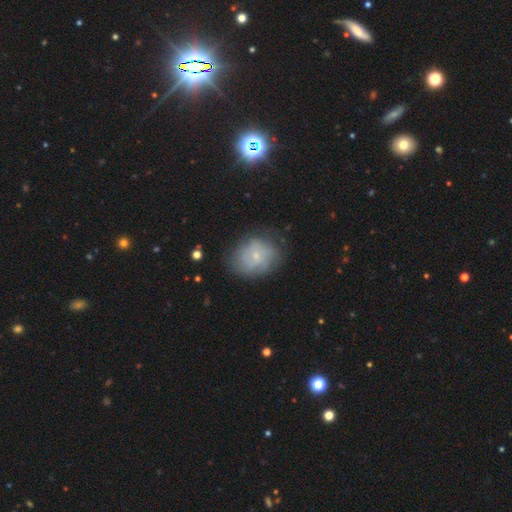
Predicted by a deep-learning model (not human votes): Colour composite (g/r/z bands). It shows a featured or disk galaxy (48%). Merging: none (68%).